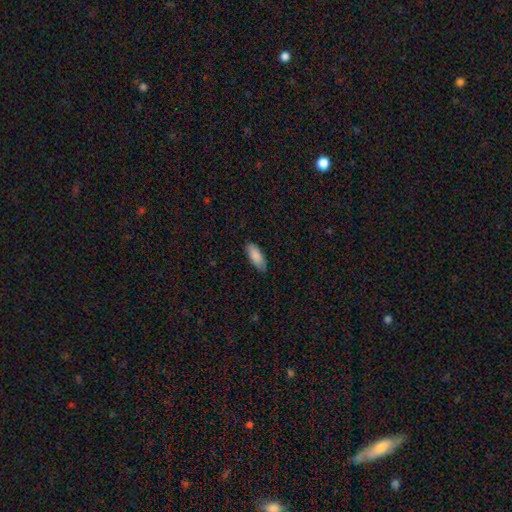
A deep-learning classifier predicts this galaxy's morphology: type=smooth (88%); roundness=in between (77%); merging=none (84%).